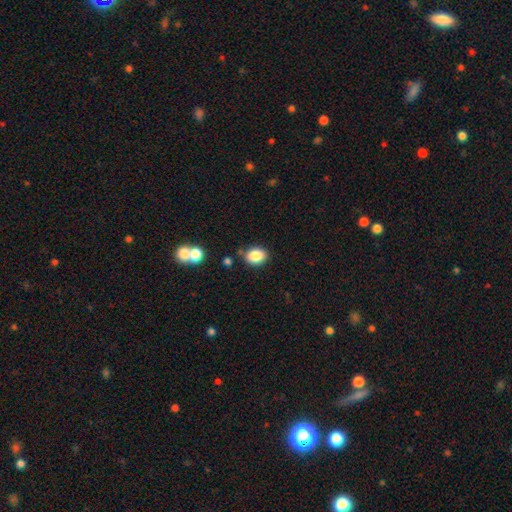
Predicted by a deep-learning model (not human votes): Overall: smooth (85%). How rounded: in between (56%; round 43%). Merging: none (78%).